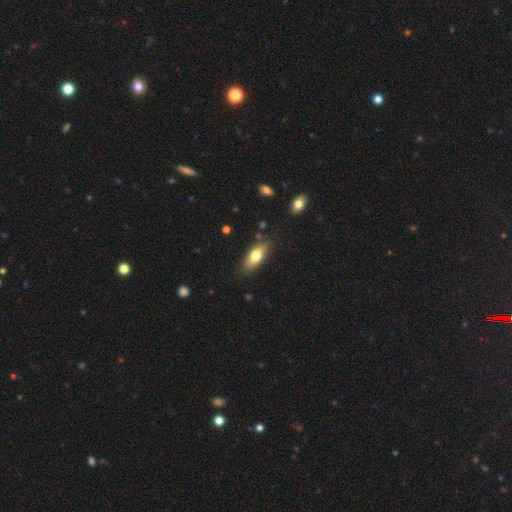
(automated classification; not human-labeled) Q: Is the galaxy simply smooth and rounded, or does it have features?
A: smooth — 74%.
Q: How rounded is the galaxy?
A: in between — 80%.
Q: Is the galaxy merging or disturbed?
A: none — 81%.